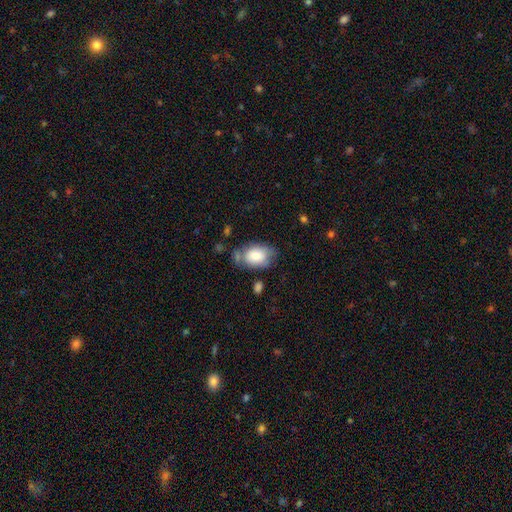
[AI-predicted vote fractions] Q: Smooth or featured?
A: smooth (78%); runner-up: featured or disk (15%)
Q: How rounded?
A: in between (85%); runner-up: round (14%)
Q: Merging?
A: none (55%); runner-up: minor disturbance (27%)